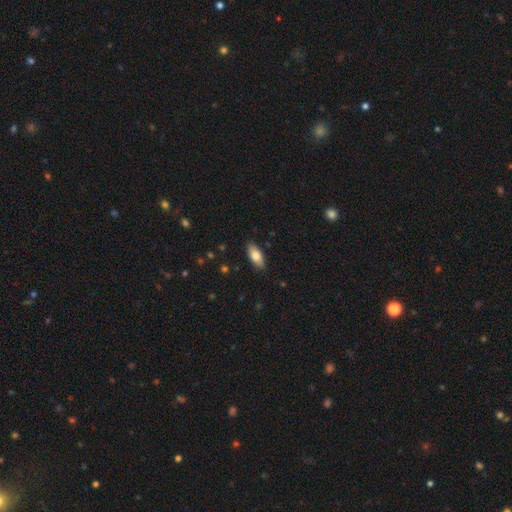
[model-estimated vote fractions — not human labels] Morphology: type=smooth (78%); roundness=in between (83%); merging=none (88%).